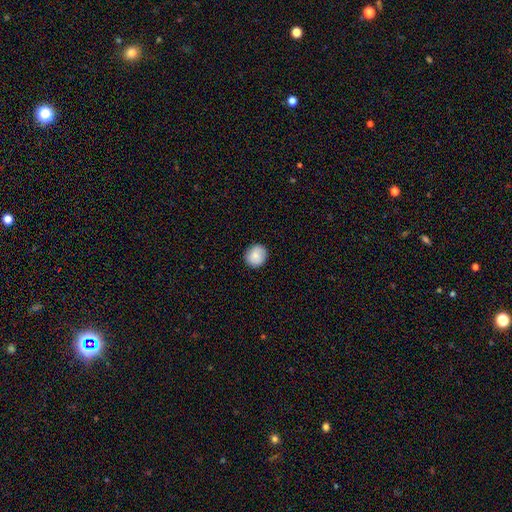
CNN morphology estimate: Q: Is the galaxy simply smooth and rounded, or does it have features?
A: smooth — 83%.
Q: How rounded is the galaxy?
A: round — 88%.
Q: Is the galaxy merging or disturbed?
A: none — 88%.